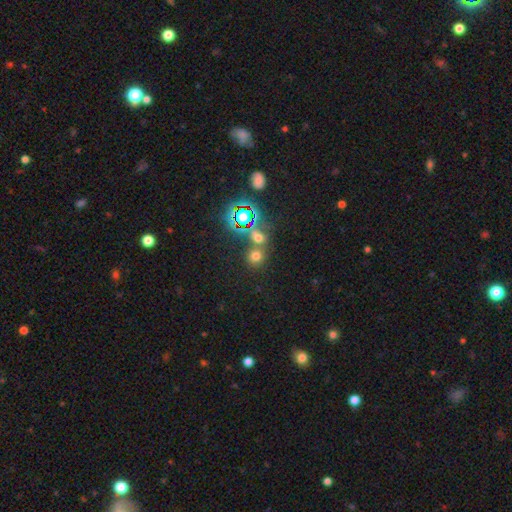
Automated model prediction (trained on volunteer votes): smooth 61%, star or artifact 31%, featured or disk 8%. Down the decision tree: how rounded — round (85%); merging — none (61%).